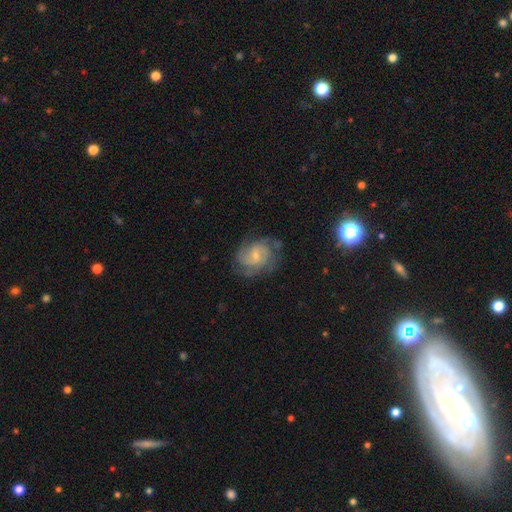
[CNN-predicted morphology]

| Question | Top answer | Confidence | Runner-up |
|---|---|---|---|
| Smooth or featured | featured or disk | 73% | smooth (20%) |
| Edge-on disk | no | 98% | yes (2%) |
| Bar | no | 48% | weak (45%) |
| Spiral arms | yes | 90% | no (10%) |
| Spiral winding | tight | 44% | medium (42%) |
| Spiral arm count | can't tell | 32% | 2 (31%) |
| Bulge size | small | 62% | moderate (29%) |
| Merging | none | 64% | minor disturbance (22%) |